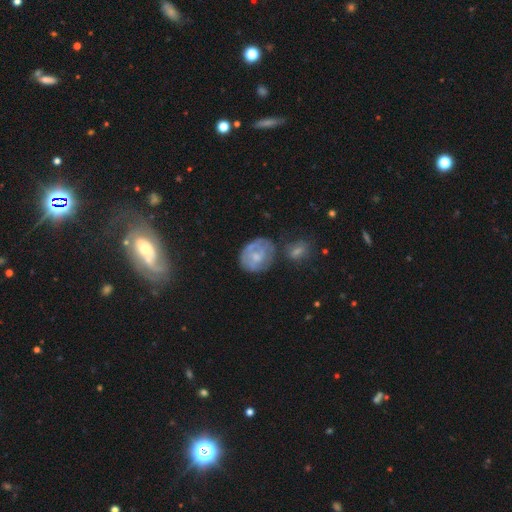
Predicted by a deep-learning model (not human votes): Overall: featured or disk (50%; smooth 43%). Merging: none (51%; minor disturbance 25%).